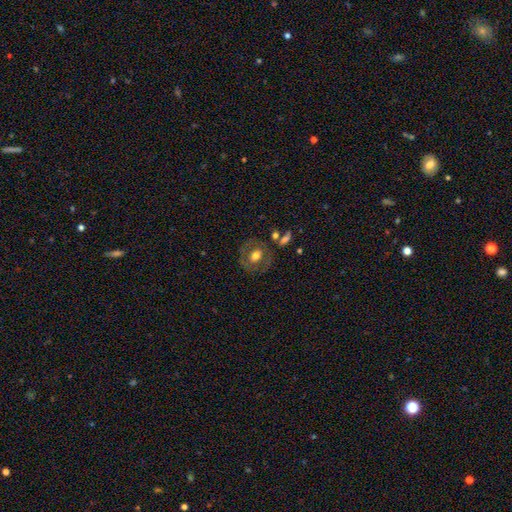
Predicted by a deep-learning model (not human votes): The model was most divided on "smooth or featured": smooth: 48%, featured or disk: 44%, star or artifact: 8%. More confident: merging — none (74%).